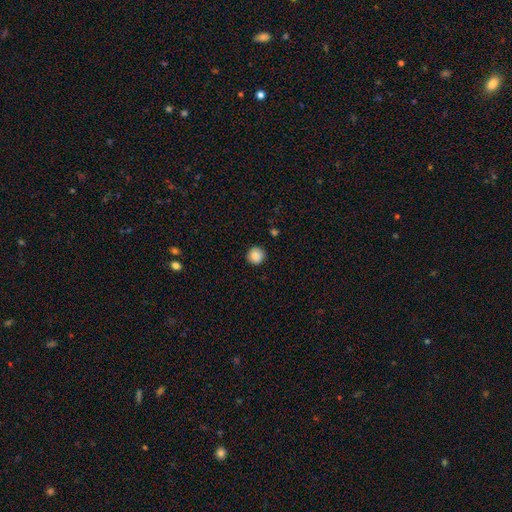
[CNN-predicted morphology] Q: Smooth or featured?
A: smooth (87%); runner-up: star or artifact (9%)
Q: How rounded?
A: round (95%); runner-up: in between (4%)
Q: Merging?
A: none (90%); runner-up: minor disturbance (7%)